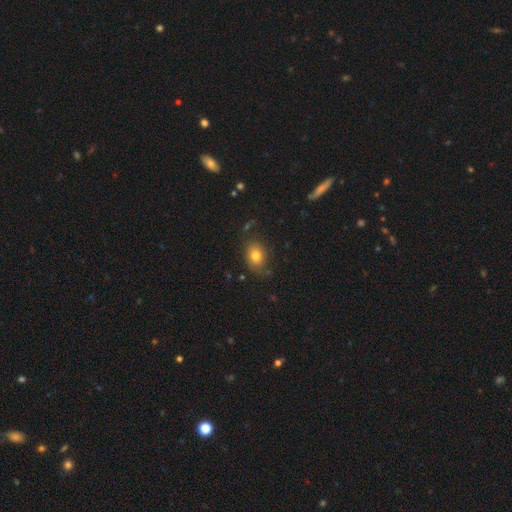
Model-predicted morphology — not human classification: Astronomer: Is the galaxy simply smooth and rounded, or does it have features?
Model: smooth — 79%.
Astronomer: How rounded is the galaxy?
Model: in between — 65%.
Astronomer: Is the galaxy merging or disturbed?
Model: none — 76%.